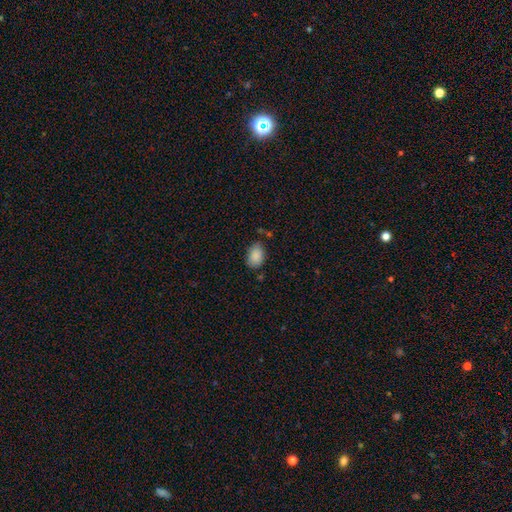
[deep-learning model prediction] Smooth or featured? Predicted: smooth (p=0.89). How rounded? Predicted: in between (p=0.86). Merging? Predicted: none (p=0.74).